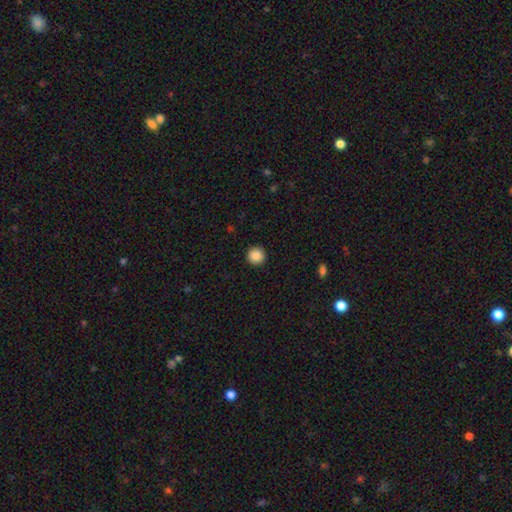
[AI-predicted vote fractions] This appears to be a smooth galaxy with no disk features (88%) that is round (95%). Merging: none (93%).